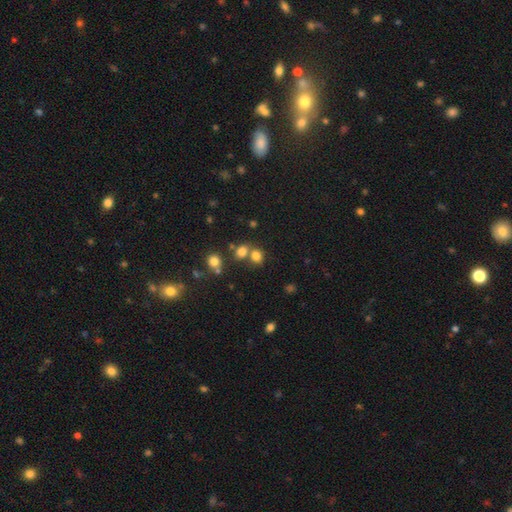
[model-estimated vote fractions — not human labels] Q: Smooth or featured?
A: smooth (76%); runner-up: star or artifact (16%)
Q: How rounded?
A: round (63%); runner-up: in between (35%)
Q: Merging?
A: none (51%); runner-up: merger (36%)